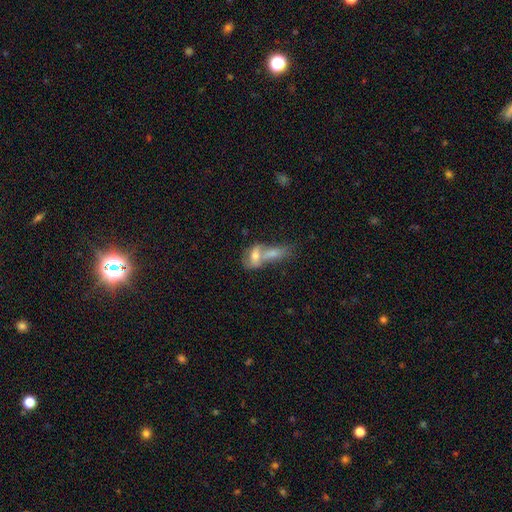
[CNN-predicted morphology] Smooth or featured?
  - smooth: 49% *
  - featured or disk: 39%
  - star or artifact: 11%
Merging?
  - merger: 66% *
  - none: 19%
  - minor disturbance: 8%
  - major disturbance: 7%